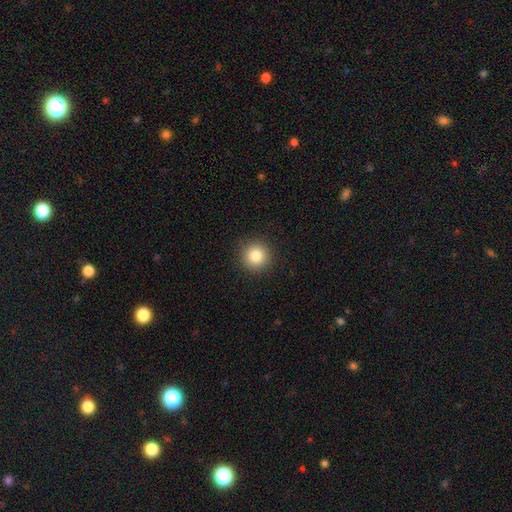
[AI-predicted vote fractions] Morphology: type=smooth (83%); roundness=round (95%); merging=none (92%).